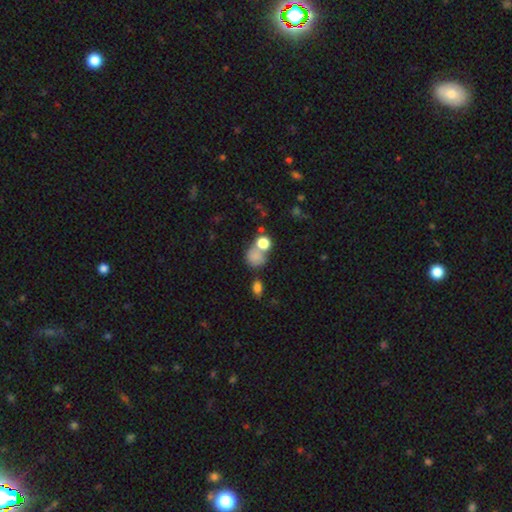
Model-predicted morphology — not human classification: smooth-or-featured: smooth: 77% | star or artifact: 14% | featured or disk: 9%
  how-rounded: round: 71% | in between: 27% | cigar-shaped: 1%
  merging: none: 44% | merger: 34% | minor disturbance: 13% | major disturbance: 9%